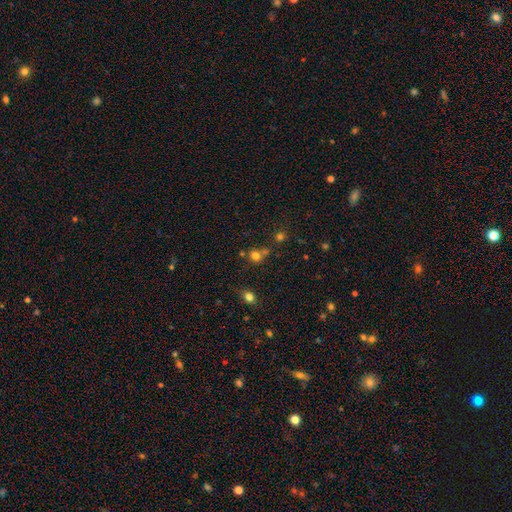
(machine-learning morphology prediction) smooth_or_featured: smooth (p=0.69) [alt: star or artifact p=0.21]
how_rounded: round (p=0.78) [alt: in between p=0.20]
merging: none (p=0.54) [alt: merger p=0.30]